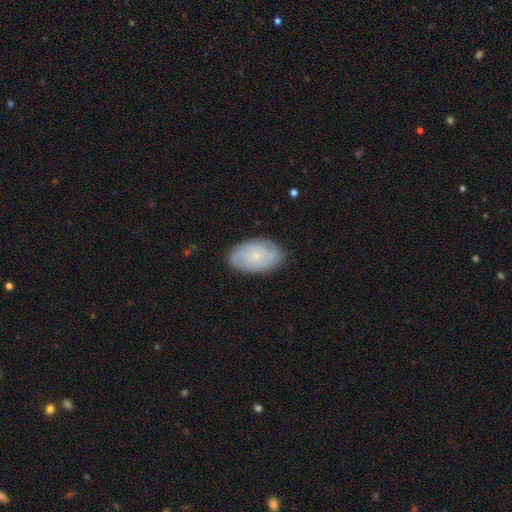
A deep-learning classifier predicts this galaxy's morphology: Smooth or featured?
  - featured or disk: 57% *
  - smooth: 37%
  - star or artifact: 7%
Edge-on disk?
  - no: 95% *
  - yes: 5%
Bar?
  - no: 82% *
  - weak: 15%
  - strong: 2%
Spiral arms?
  - yes: 79% *
  - no: 21%
Bulge size?
  - small: 81% *
  - moderate: 14%
  - none: 3%
  - large: 1%
  - dominant: 1%
Merging?
  - none: 80% *
  - minor disturbance: 15%
  - major disturbance: 3%
  - merger: 1%